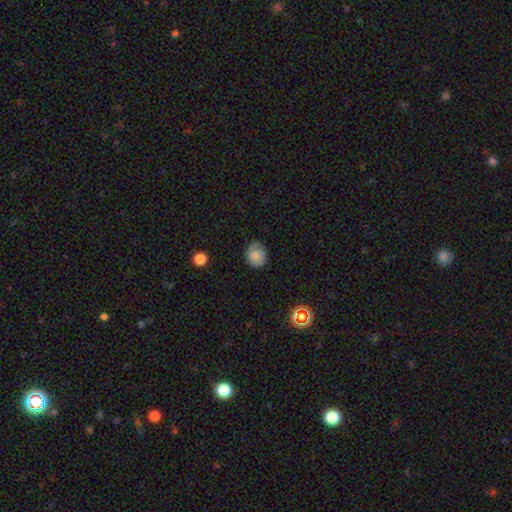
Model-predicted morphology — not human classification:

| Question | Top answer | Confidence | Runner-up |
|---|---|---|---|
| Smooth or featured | smooth | 76% | featured or disk (15%) |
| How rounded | round | 66% | in between (33%) |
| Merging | none | 74% | minor disturbance (20%) |